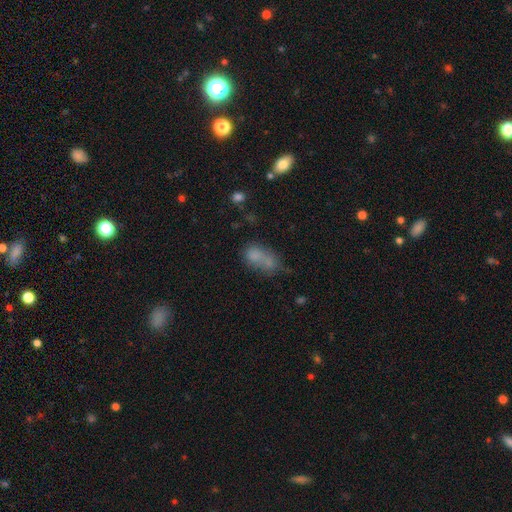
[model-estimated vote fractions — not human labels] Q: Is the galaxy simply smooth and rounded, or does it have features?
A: smooth — 73%.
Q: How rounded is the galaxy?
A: in between — 77%.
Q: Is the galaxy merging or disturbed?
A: merger — 42%.